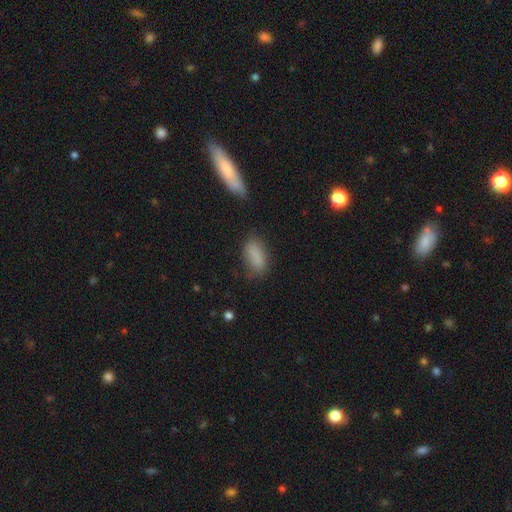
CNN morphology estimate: Smooth or featured? Predicted: smooth (p=0.84). How rounded? Predicted: in between (p=0.81). Merging? Predicted: none (p=0.69).